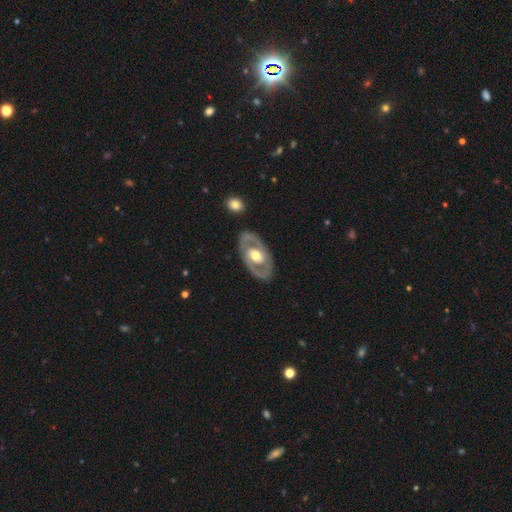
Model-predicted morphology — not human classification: Smooth or featured? Predicted: featured or disk (p=0.72). Edge-on disk? Predicted: no (p=0.91). Bar? Predicted: no (p=0.65). Spiral arms? Predicted: no (p=0.62). Bulge size? Predicted: moderate (p=0.67). Merging? Predicted: none (p=0.83).